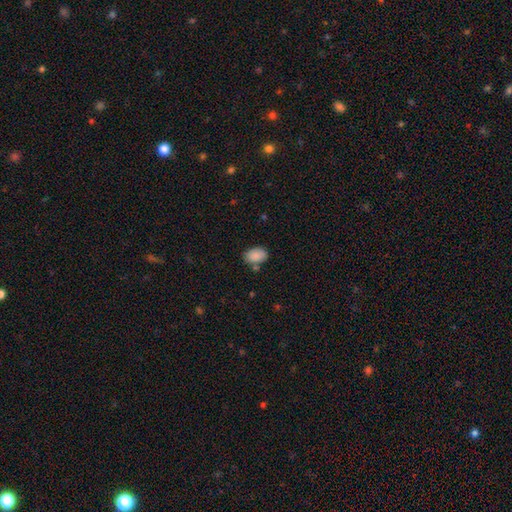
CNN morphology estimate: smooth-or-featured: smooth: 88% | star or artifact: 7% | featured or disk: 5%
  how-rounded: in between: 85% | round: 14% | cigar-shaped: 1%
  merging: none: 73% | minor disturbance: 16% | merger: 7% | major disturbance: 4%